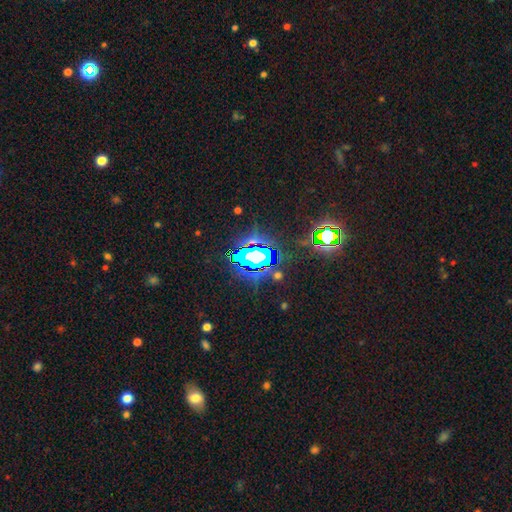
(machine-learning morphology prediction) Overall: star or artifact (68%).